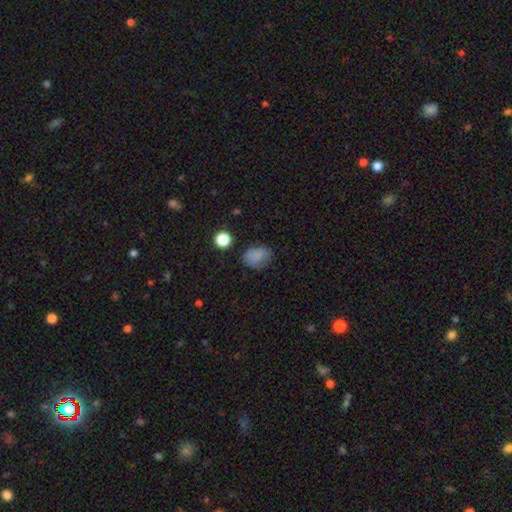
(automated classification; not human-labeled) Overall: smooth (81%). How rounded: in between (63%; round 36%). Merging: none (70%).